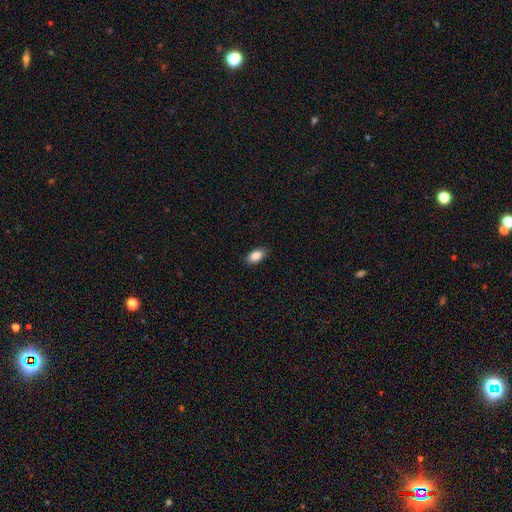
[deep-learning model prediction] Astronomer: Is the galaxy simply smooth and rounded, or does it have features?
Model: smooth — 88%.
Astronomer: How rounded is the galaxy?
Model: in between — 92%.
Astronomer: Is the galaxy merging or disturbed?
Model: none — 87%.